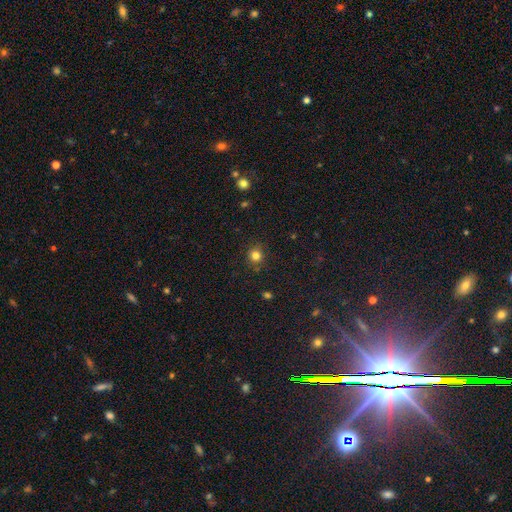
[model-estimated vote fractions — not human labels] Morphology: type=smooth (81%); roundness=round (90%); merging=none (87%).